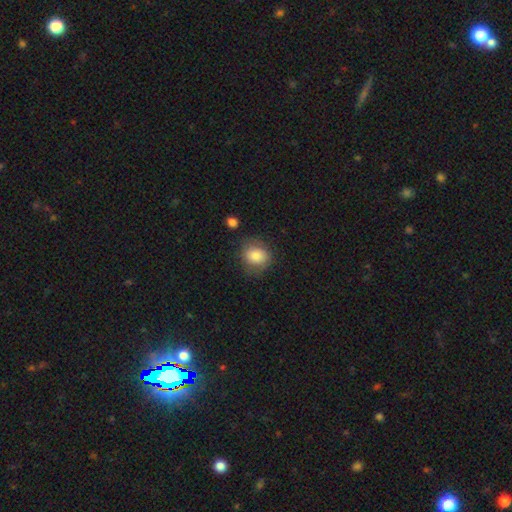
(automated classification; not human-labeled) smooth_or_featured: smooth (p=0.82) [alt: featured or disk p=0.10]
how_rounded: round (p=0.67) [alt: in between p=0.32]
merging: none (p=0.73) [alt: minor disturbance p=0.19]